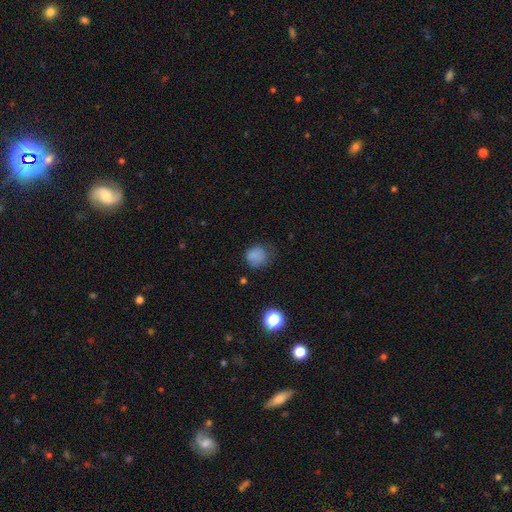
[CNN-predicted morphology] Q: Smooth or featured?
A: smooth (79%); runner-up: star or artifact (13%)
Q: How rounded?
A: round (79%); runner-up: in between (20%)
Q: Merging?
A: none (61%); runner-up: minor disturbance (27%)